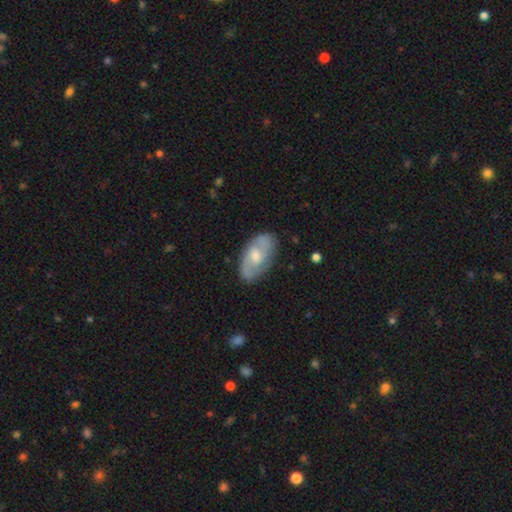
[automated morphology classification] type=featured or disk (65%); edge-on=no (94%); bar=no (48%); spiral arms=yes (82%); winding=medium (47%); arm count=2 (74%); bulge=moderate (59%); merging=none (77%).